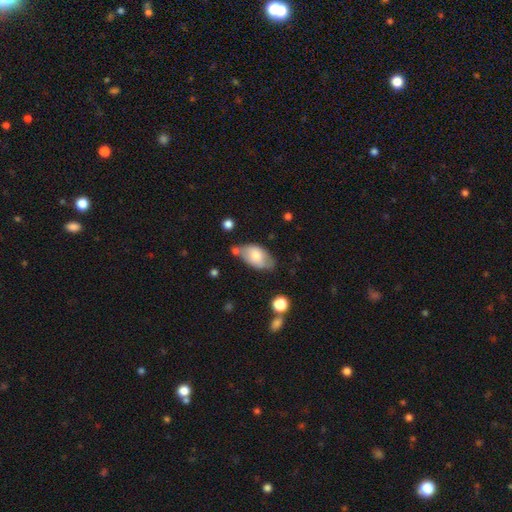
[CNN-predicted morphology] Smooth or featured?
  - smooth: 66% *
  - featured or disk: 28%
  - star or artifact: 6%
How rounded?
  - in between: 93% *
  - round: 5%
  - cigar-shaped: 2%
Merging?
  - none: 55% *
  - minor disturbance: 27%
  - merger: 11%
  - major disturbance: 7%